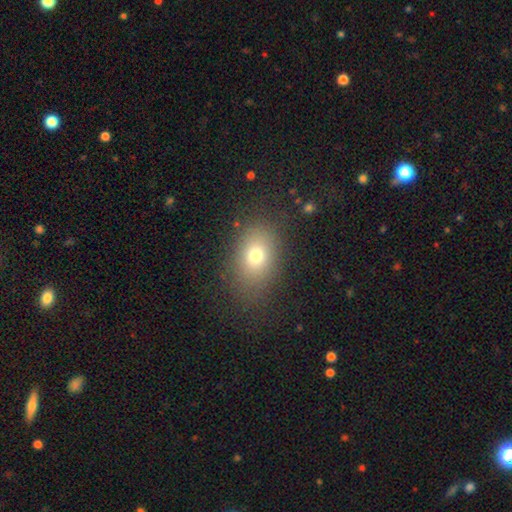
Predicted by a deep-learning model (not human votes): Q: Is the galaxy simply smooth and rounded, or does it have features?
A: smooth — 74%.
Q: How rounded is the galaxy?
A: in between — 72%.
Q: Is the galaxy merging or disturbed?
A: none — 81%.